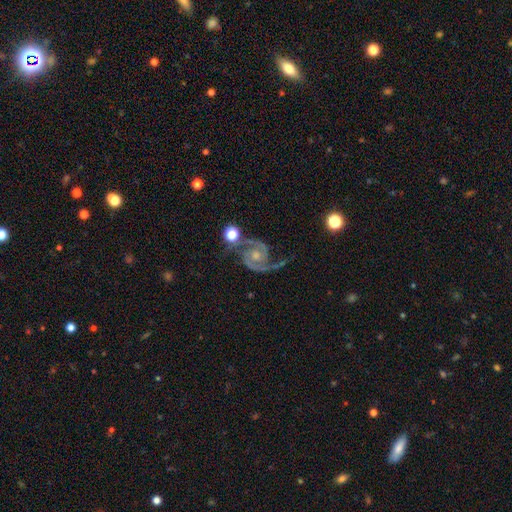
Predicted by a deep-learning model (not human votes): Smooth or featured: featured or disk — 91% (star or artifact — 5%)
Edge-on disk: no — 98% (yes — 2%)
Bar: no — 69% (weak — 25%)
Spiral arms: yes — 98% (no — 2%)
Spiral winding: medium — 55% (tight — 27%)
Spiral arm count: 2 — 93% (3 — 2%)
Bulge size: moderate — 51% (small — 36%)
Merging: none — 63% (minor disturbance — 18%)